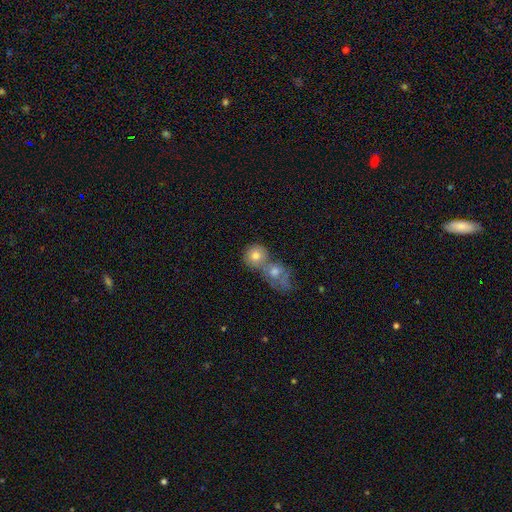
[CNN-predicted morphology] smooth_or_featured: smooth (p=0.74) [alt: featured or disk p=0.16]
how_rounded: round (p=0.82) [alt: in between p=0.17]
merging: merger (p=0.55) [alt: none p=0.34]